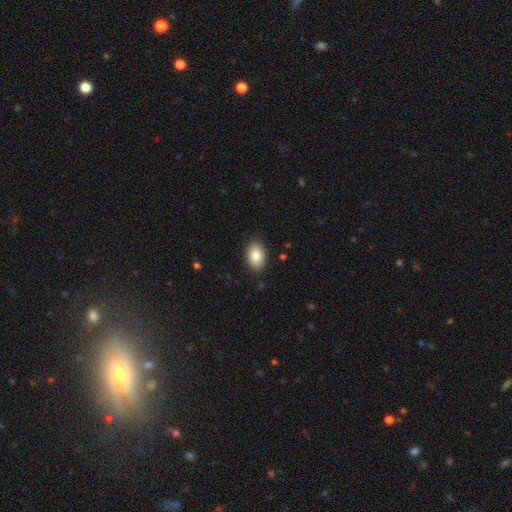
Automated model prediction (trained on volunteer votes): Smooth or featured? Predicted: smooth (p=0.84). How rounded? Predicted: in between (p=0.89). Merging? Predicted: none (p=0.87).